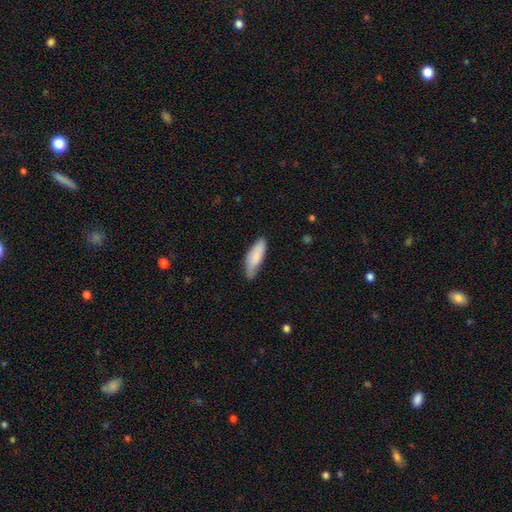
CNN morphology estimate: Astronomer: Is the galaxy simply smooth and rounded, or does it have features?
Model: smooth — 82%.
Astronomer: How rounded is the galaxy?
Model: in between — 57% (runner-up: cigar-shaped, 41%).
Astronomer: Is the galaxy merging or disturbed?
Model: none — 66%.